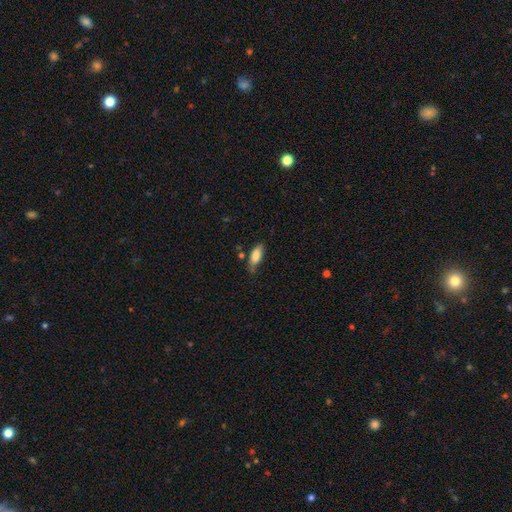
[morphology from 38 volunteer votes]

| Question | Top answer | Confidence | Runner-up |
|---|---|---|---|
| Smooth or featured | smooth | 84% | featured or disk (11%) |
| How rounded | in between | 78% | cigar-shaped (19%) |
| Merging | none | 61% | minor disturbance (33%) |